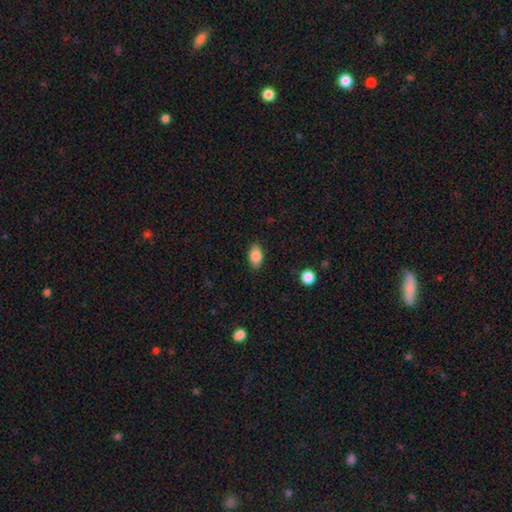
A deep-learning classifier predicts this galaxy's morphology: Smooth or featured? Predicted: smooth (p=0.86). How rounded? Predicted: in between (p=0.88). Merging? Predicted: none (p=0.84).